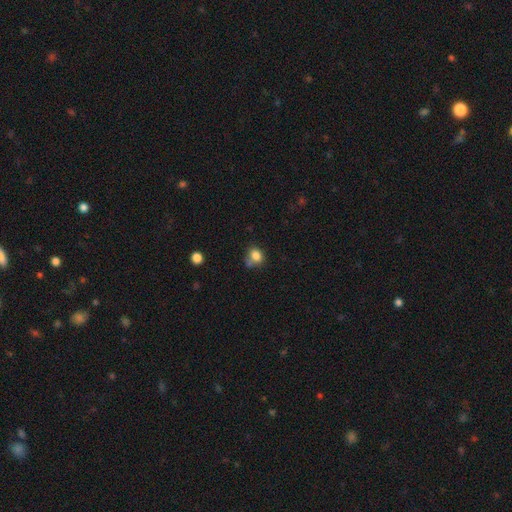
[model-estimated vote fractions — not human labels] The model was most divided on "how rounded": round: 52%, in between: 47%, cigar-shaped: 1%. More confident: smooth or featured — smooth (81%); merging — none (53%).